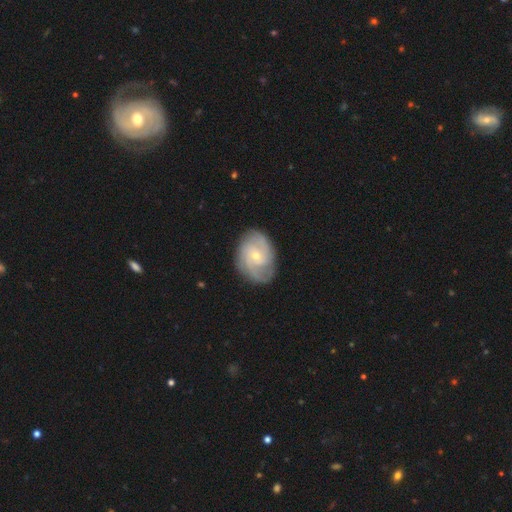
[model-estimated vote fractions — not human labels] Smooth or featured: featured or disk — 78% (smooth — 16%)
Edge-on disk: no — 97% (yes — 3%)
Bar: no — 68% (weak — 28%)
Spiral arms: yes — 93% (no — 7%)
Spiral winding: tight — 53% (medium — 36%)
Spiral arm count: 2 — 34% (can't tell — 28%)
Bulge size: small — 64% (moderate — 33%)
Merging: none — 77% (minor disturbance — 16%)